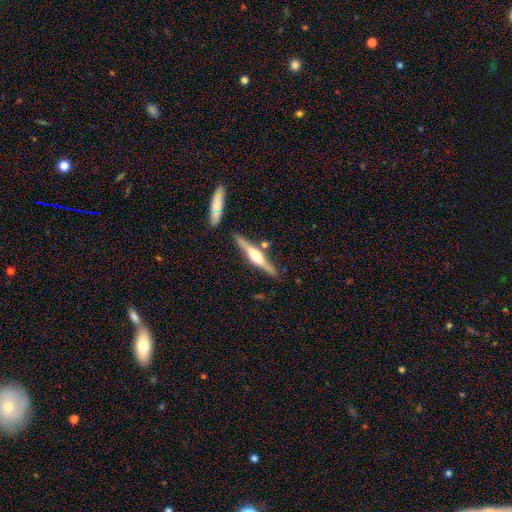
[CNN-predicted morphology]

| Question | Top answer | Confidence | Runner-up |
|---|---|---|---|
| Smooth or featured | featured or disk | 73% | smooth (22%) |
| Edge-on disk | yes | 97% | no (3%) |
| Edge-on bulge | rounded | 93% | boxy (4%) |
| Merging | none | 81% | minor disturbance (10%) |